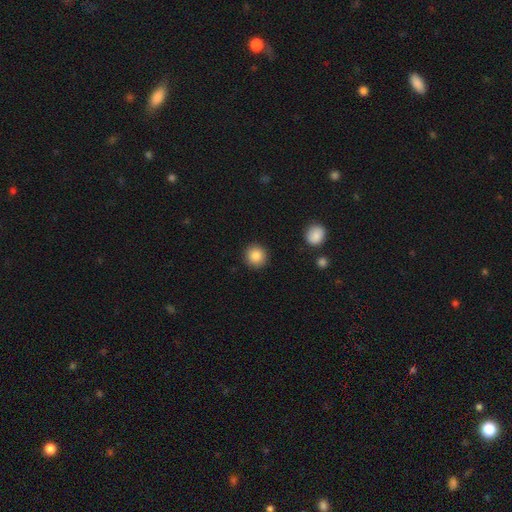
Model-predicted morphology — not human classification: Smooth or featured? Predicted: smooth (p=0.87). How rounded? Predicted: round (p=0.94). Merging? Predicted: none (p=0.92).